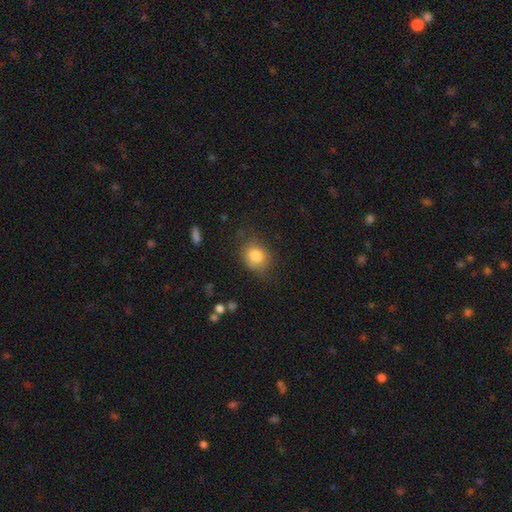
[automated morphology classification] Q: Smooth or featured?
A: smooth (82%); runner-up: star or artifact (9%)
Q: How rounded?
A: round (54%); runner-up: in between (45%)
Q: Merging?
A: none (72%); runner-up: minor disturbance (20%)